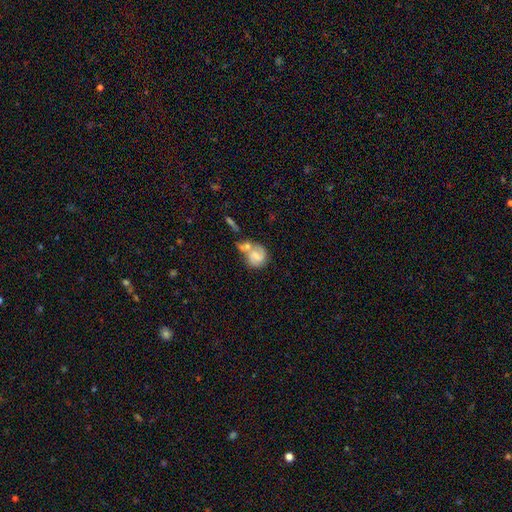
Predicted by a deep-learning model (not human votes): Smooth or featured? featured or disk (49%)
Merging? merger (43%)